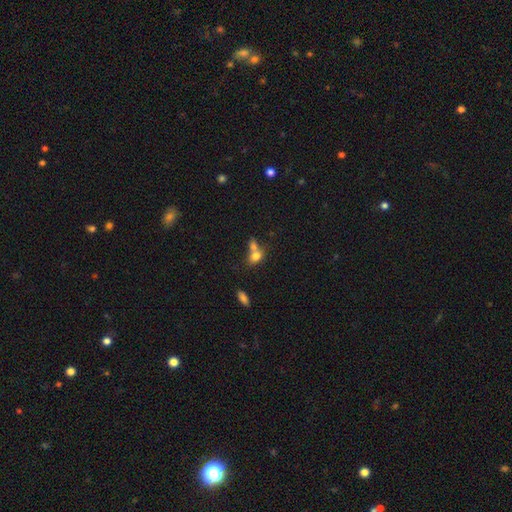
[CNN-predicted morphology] smooth 73%, featured or disk 15%, star or artifact 12%. Down the decision tree: how rounded — in between (64%); merging — merger (59%).